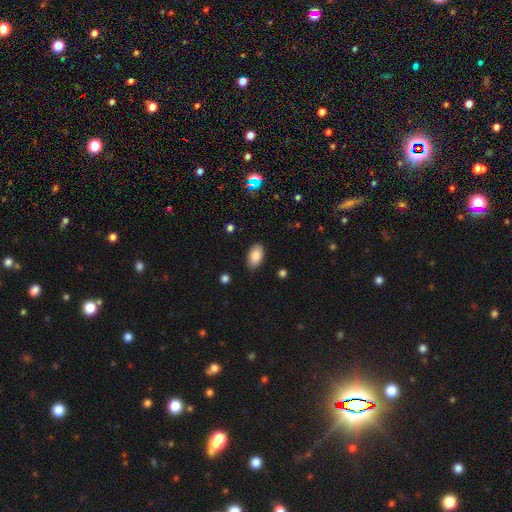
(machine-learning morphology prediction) A smooth galaxy with no disk features (86%) that is in between round and cigar-shaped (94%). Merging: none (84%).